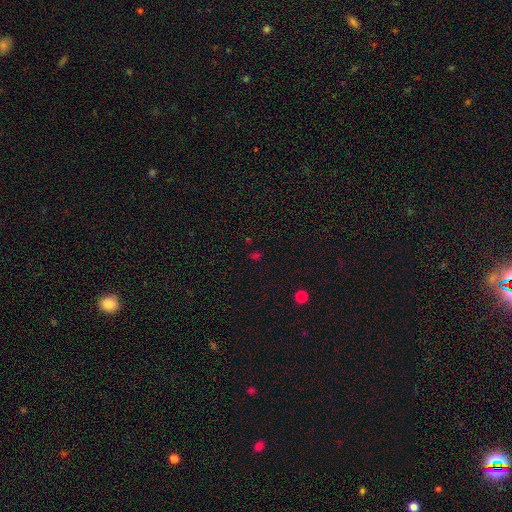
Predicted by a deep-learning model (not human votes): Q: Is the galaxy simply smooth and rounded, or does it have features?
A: star or artifact — 49%.